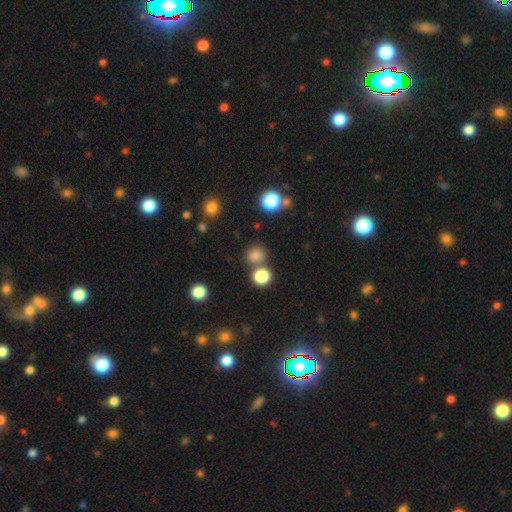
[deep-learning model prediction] A smooth galaxy with no disk features (78%) that is round (85%).

Vote fractions:
- Smooth or featured? smooth: 78% / star or artifact: 17% / featured or disk: 5%
- How rounded? round: 85% / in between: 14% / cigar-shaped: 1%
- Merging? none: 70% / merger: 17% / minor disturbance: 9% / major disturbance: 3%